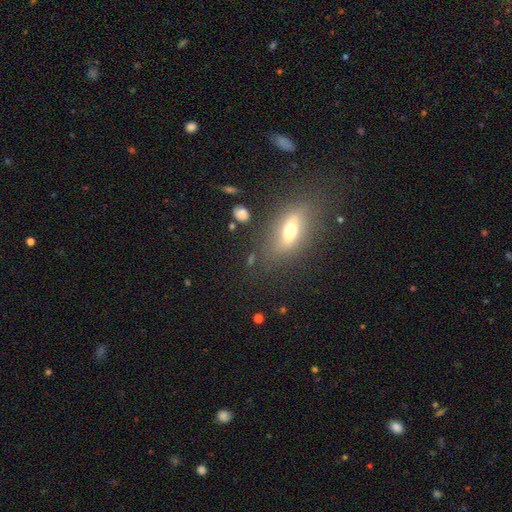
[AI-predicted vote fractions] Morphology: type=smooth (51%); roundness=in between (70%); merging=none (77%).